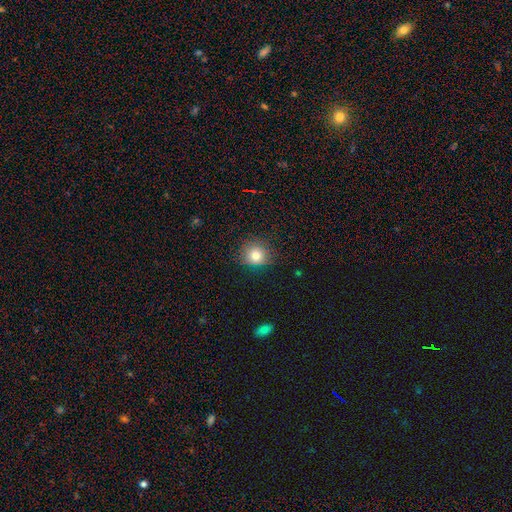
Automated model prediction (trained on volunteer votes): smooth 78%, star or artifact 13%, featured or disk 9%. Down the decision tree: how rounded — round (87%); merging — none (82%).